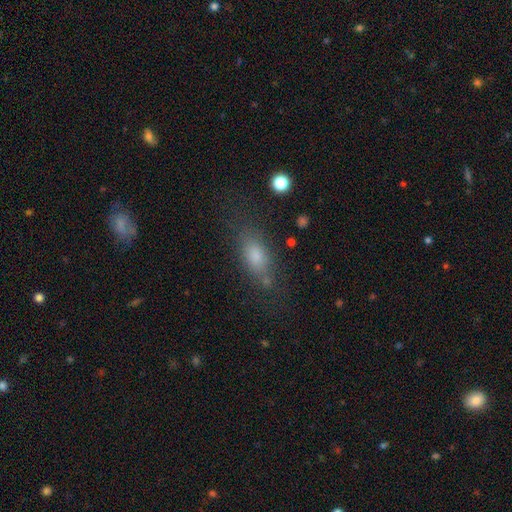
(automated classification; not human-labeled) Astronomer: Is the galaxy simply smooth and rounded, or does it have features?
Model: smooth — 77%.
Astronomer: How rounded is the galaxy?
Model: in between — 80%.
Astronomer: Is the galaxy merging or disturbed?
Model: none — 68%.